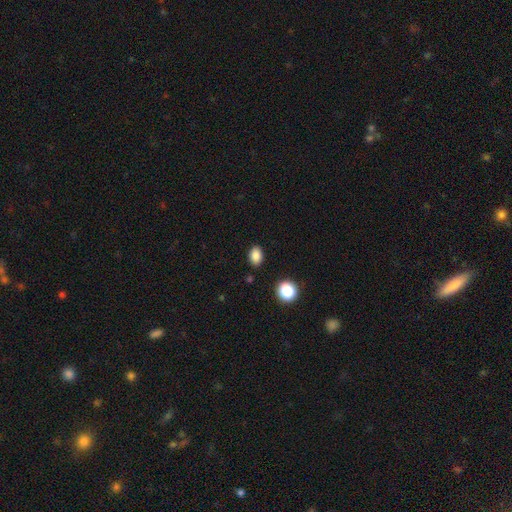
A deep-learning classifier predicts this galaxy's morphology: The model was most divided on "how rounded": in between: 75%, round: 24%, cigar-shaped: 1%. More confident: merging — none (86%); smooth or featured — smooth (86%).